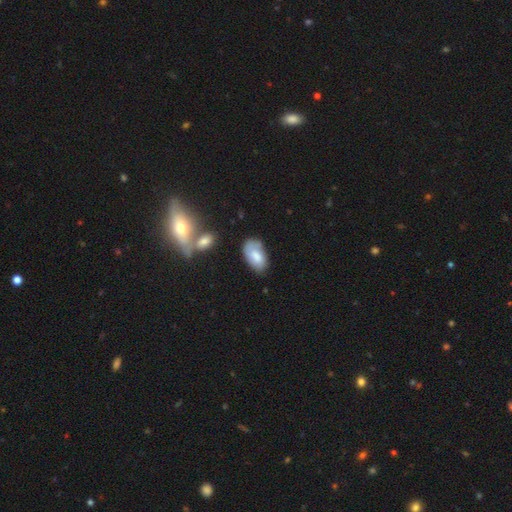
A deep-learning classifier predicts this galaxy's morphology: Q: Smooth or featured?
A: smooth (74%); runner-up: featured or disk (19%)
Q: How rounded?
A: in between (94%); runner-up: round (4%)
Q: Merging?
A: none (53%); runner-up: minor disturbance (30%)